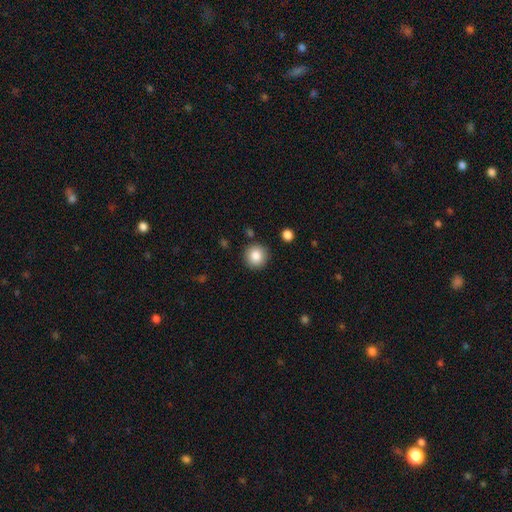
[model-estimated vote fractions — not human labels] A smooth galaxy with no disk features (86%) that is round (93%).

Vote fractions:
- Smooth or featured? smooth: 86% / star or artifact: 9% / featured or disk: 5%
- How rounded? round: 93% / in between: 6% / cigar-shaped: 1%
- Merging? none: 89% / minor disturbance: 7% / major disturbance: 2% / merger: 2%